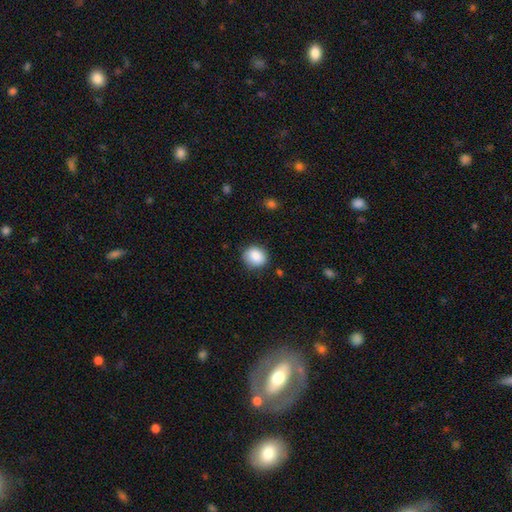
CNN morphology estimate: Overall: smooth (87%). How rounded: round (76%). Merging: none (84%).